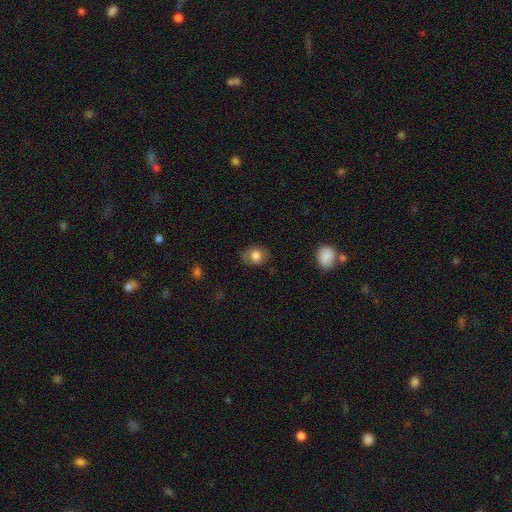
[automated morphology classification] A smooth galaxy with no disk features (73%) that is in between round and cigar-shaped (57%). Merging: none (76%).